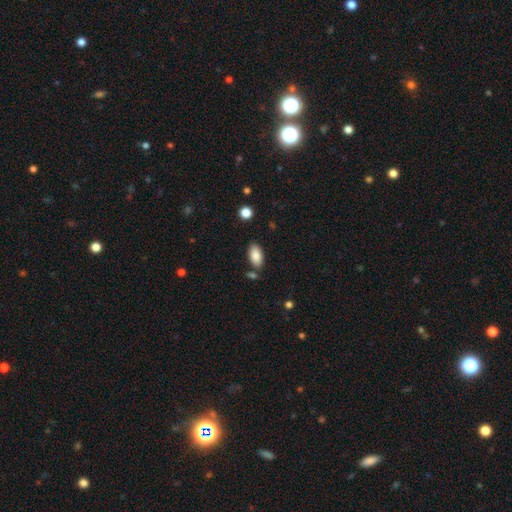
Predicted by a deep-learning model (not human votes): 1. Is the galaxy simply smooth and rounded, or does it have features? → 86% smooth, 7% star or artifact, 7% featured or disk.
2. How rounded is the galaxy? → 94% in between, 3% cigar-shaped, 3% round.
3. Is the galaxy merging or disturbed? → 79% none, 12% minor disturbance, 6% merger, 3% major disturbance.